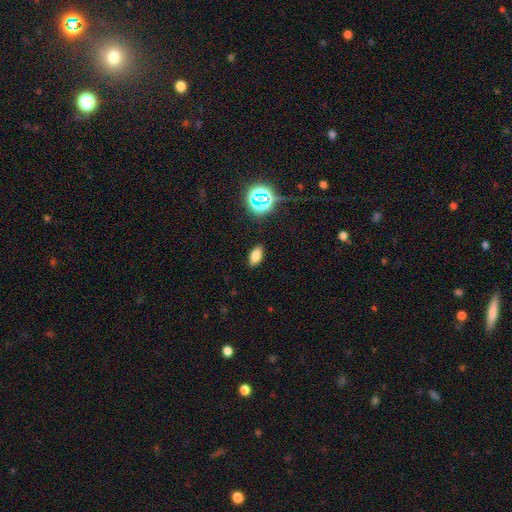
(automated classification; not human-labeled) Q: Smooth or featured?
A: smooth (74%); runner-up: star or artifact (17%)
Q: How rounded?
A: in between (89%); runner-up: round (6%)
Q: Merging?
A: none (87%); runner-up: minor disturbance (9%)